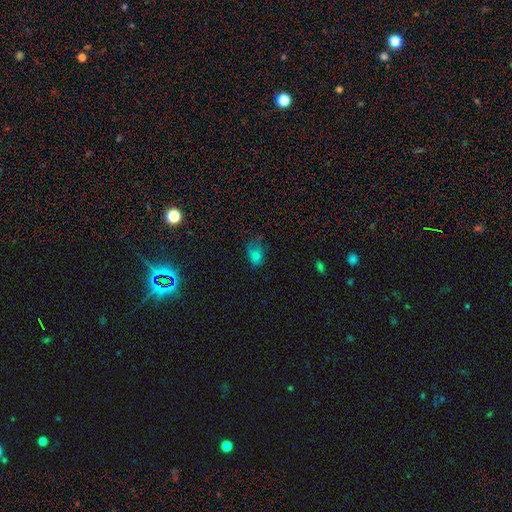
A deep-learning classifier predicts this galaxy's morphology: smooth-or-featured: smooth: 74% | star or artifact: 16% | featured or disk: 9%
  how-rounded: in between: 74% | round: 24% | cigar-shaped: 2%
  merging: none: 45% | minor disturbance: 33% | major disturbance: 18% | merger: 3%